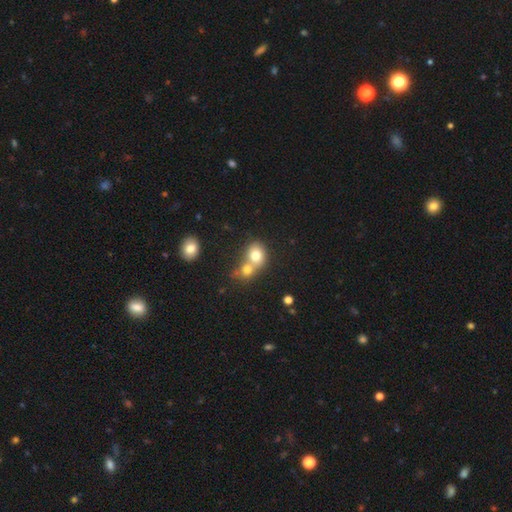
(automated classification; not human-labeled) This is likely a smooth galaxy (75%). How rounded: likely round (63%). Merging: likely merger (61%).